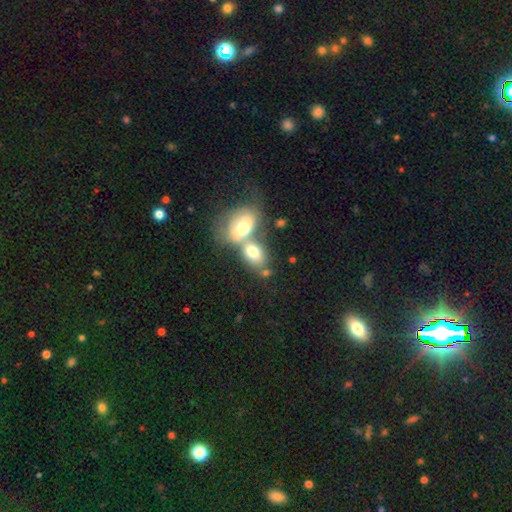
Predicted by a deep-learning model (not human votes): Smooth or featured? smooth (68%)
How rounded? in between (84%)
Merging? merger (65%)